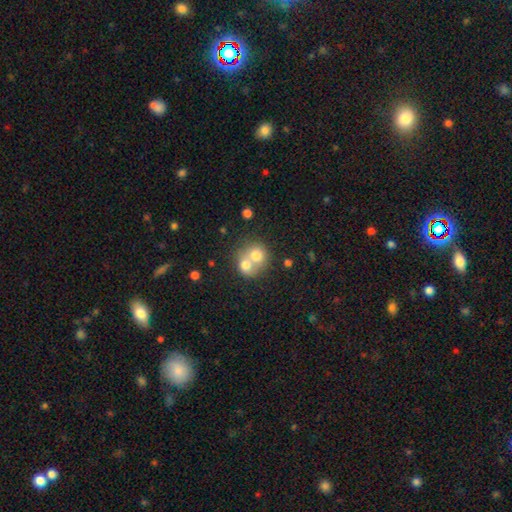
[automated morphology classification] A smooth galaxy with no disk features (69%) that is round (73%). Merging: merger (71%).